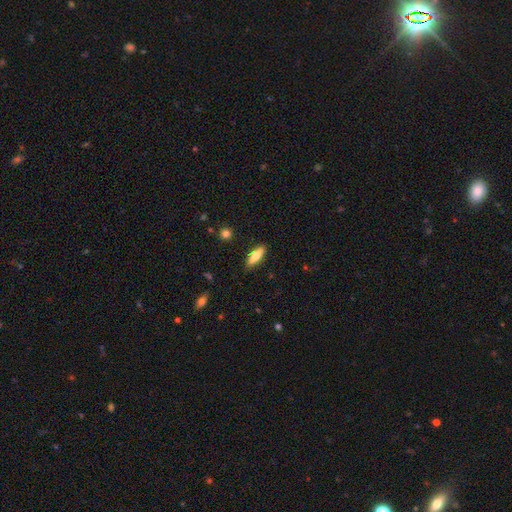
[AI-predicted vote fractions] Smooth or featured? smooth (68%)
How rounded? in between (51%)
Merging? none (87%)